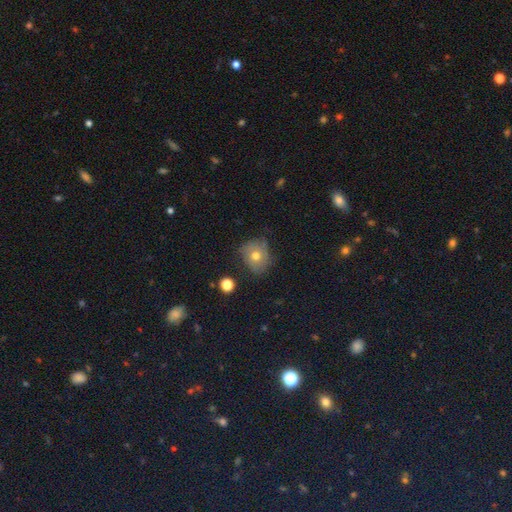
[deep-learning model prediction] Smooth or featured? Predicted: smooth (p=0.66). How rounded? Predicted: round (p=0.71). Merging? Predicted: none (p=0.62).